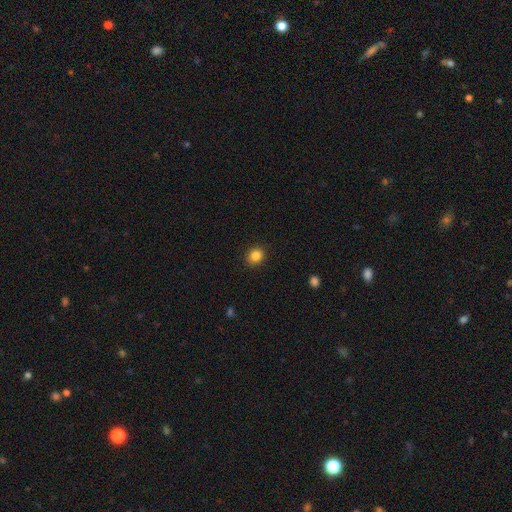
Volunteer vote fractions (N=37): Smooth or featured? smooth (84%)
How rounded? round (71%)
Merging? none (88%)